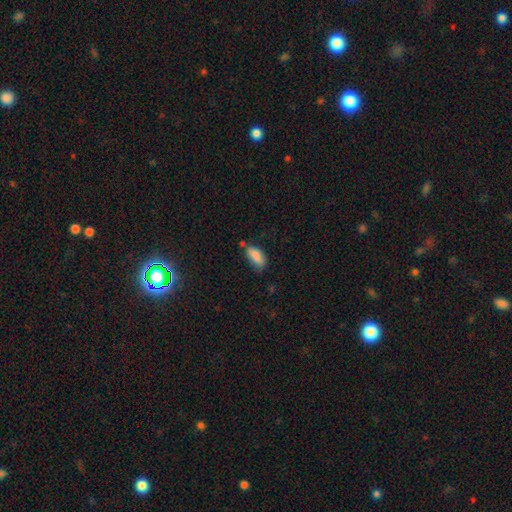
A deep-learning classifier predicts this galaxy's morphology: A smooth galaxy with no disk features (85%) that is in between round and cigar-shaped (86%).

Vote fractions:
- Smooth or featured? smooth: 85% / star or artifact: 8% / featured or disk: 6%
- How rounded? in between: 86% / cigar-shaped: 12% / round: 3%
- Merging? none: 49% / minor disturbance: 33% / major disturbance: 9% / merger: 9%